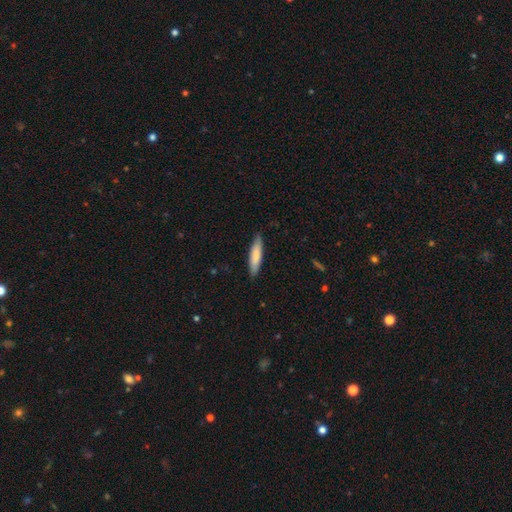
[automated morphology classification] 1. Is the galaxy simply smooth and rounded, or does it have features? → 80% smooth, 15% featured or disk, 5% star or artifact.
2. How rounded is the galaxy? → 79% cigar-shaped, 19% in between, 1% round.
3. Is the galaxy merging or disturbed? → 85% none, 12% minor disturbance, 2% major disturbance, 1% merger.